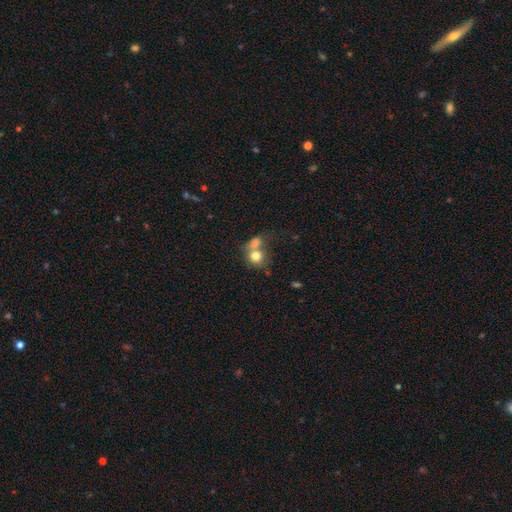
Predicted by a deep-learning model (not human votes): This appears to be a smooth galaxy with no disk features (77%) that is round (71%). Merging: merger (55%).